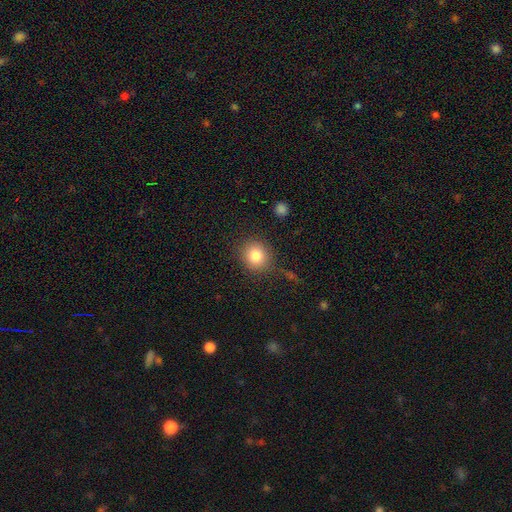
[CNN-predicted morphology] smooth-or-featured: smooth: 81% | star or artifact: 11% | featured or disk: 8%
  how-rounded: round: 84% | in between: 15% | cigar-shaped: 1%
  merging: none: 85% | minor disturbance: 9% | major disturbance: 4% | merger: 2%